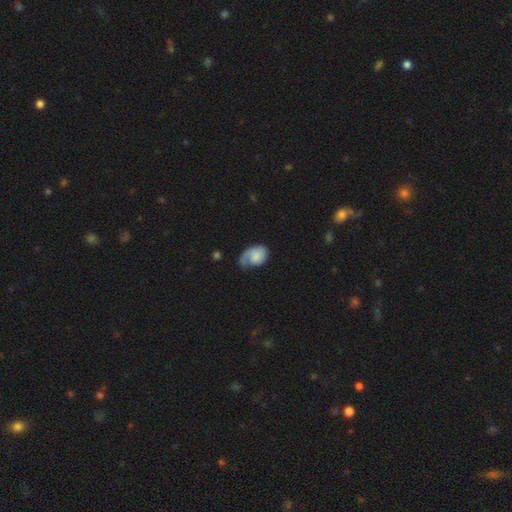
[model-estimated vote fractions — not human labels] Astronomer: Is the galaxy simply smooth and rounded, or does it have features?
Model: smooth — 49% (runner-up: featured or disk, 44%).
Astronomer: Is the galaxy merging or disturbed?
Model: none — 39% (runner-up: minor disturbance, 30%).